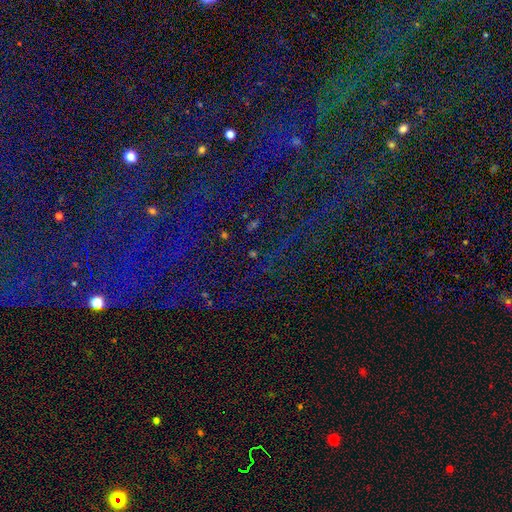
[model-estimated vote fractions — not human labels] This appears to be a star or artifact, not a galaxy (80%).